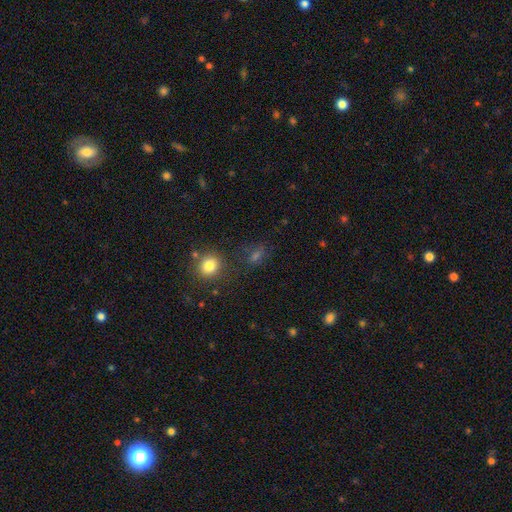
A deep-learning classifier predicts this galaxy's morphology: This is possibly a smooth galaxy (54%). How rounded: possibly in between (50%). Merging: likely none (71%).